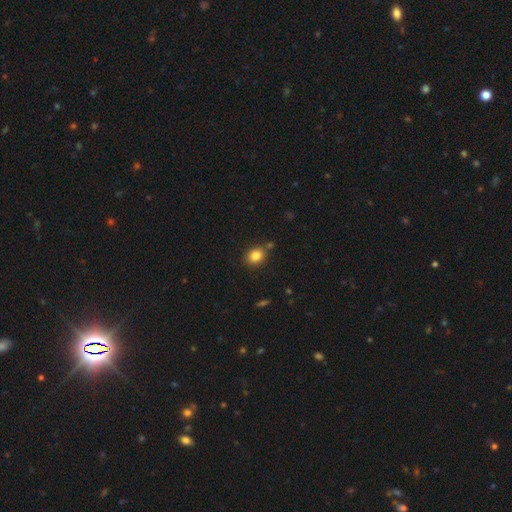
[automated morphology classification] Smooth or featured: smooth — 84% (star or artifact — 10%)
How rounded: round — 55% (in between — 44%)
Merging: none — 81% (minor disturbance — 11%)